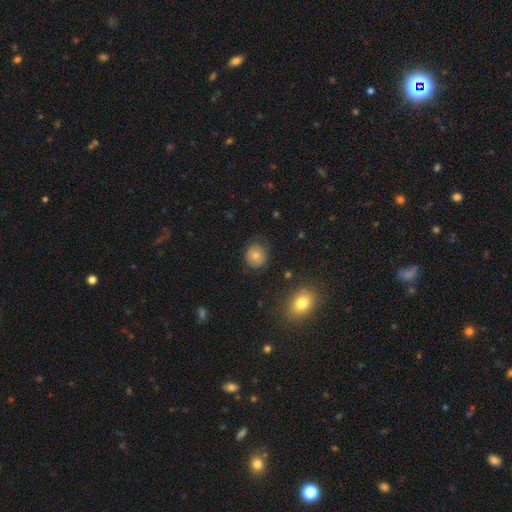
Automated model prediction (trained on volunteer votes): smooth-or-featured: smooth: 72% | featured or disk: 17% | star or artifact: 11%
  how-rounded: round: 77% | in between: 22% | cigar-shaped: 1%
  merging: none: 73% | minor disturbance: 19% | major disturbance: 6% | merger: 2%